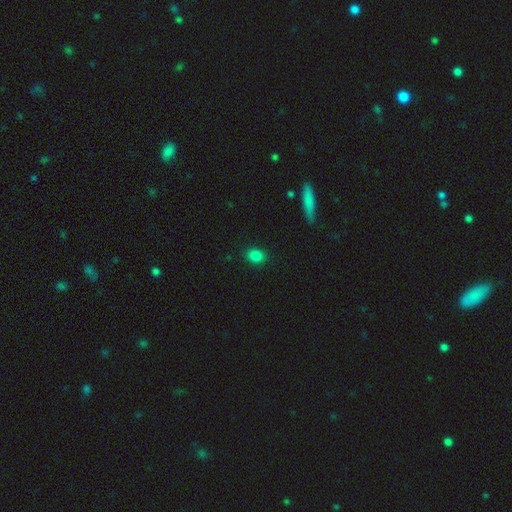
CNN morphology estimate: smooth-or-featured: smooth: 84% | star or artifact: 12% | featured or disk: 5%
  how-rounded: in between: 56% | round: 42% | cigar-shaped: 1%
  merging: none: 89% | minor disturbance: 8% | major disturbance: 2% | merger: 1%